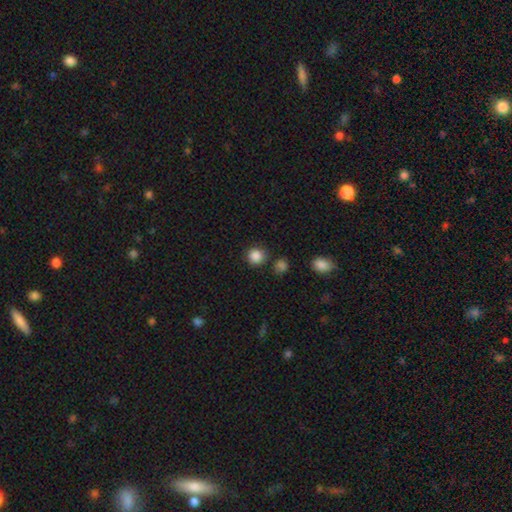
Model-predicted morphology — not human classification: A smooth galaxy with no disk features (86%) that is round (92%). Merging: none (83%).